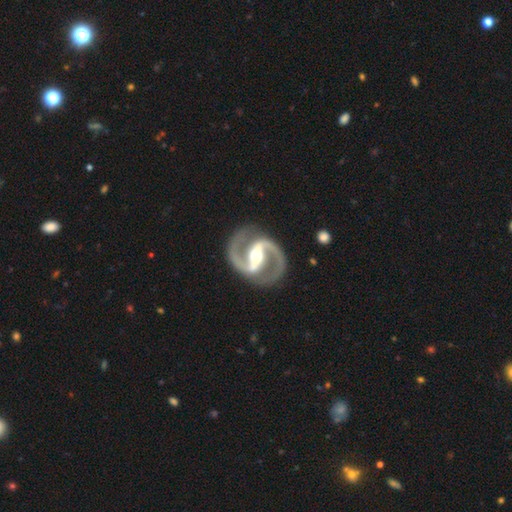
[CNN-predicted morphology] smooth-or-featured: featured or disk: 94% | star or artifact: 3% | smooth: 3%
  disk-edge-on: no: 98% | yes: 2%
    bar: strong: 67% | weak: 23% | no: 10%
    has-spiral-arms: yes: 98% | no: 2%
      spiral-winding: medium: 68% | tight: 19% | loose: 13%
      spiral-arm-count: 2: 95% | can't tell: 1% | 1: 1% | 3: 1% | 4: 1% | more than 4: 1%
    bulge-size: moderate: 68% | small: 23% | large: 7% | none: 1% | dominant: 1%
  merging: none: 88% | minor disturbance: 7% | major disturbance: 3% | merger: 1%